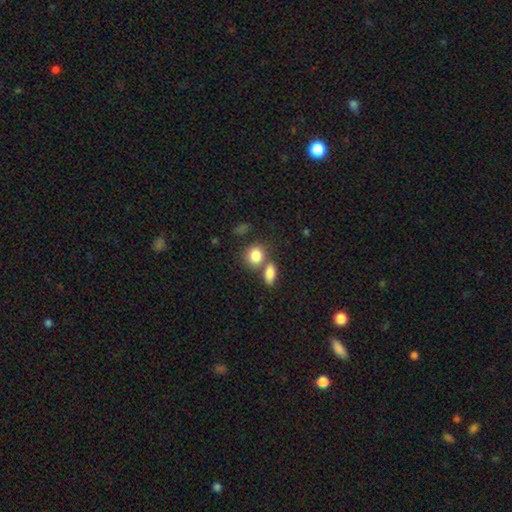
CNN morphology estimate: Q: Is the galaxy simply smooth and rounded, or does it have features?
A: smooth — 84%.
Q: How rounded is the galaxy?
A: round — 59%.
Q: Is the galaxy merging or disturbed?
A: none — 49%.